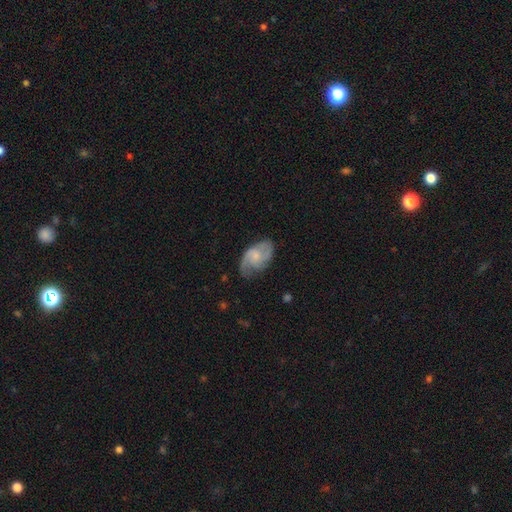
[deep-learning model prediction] The model was most divided on "bulge size": small: 51%, moderate: 29%, none: 16%, large: 3%, dominant: 1%. More confident: edge-on disk — no (97%); spiral arms — yes (94%); smooth or featured — featured or disk (73%); spiral arm count — 2 (73%); merging — none (69%); bar — no (59%); spiral winding — medium (51%).